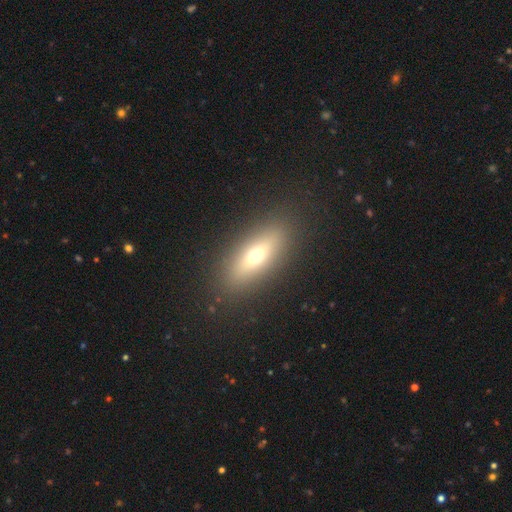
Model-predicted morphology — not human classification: Smooth or featured?
  - smooth: 56% *
  - featured or disk: 34%
  - star or artifact: 10%
How rounded?
  - in between: 54% *
  - cigar-shaped: 42%
  - round: 4%
Merging?
  - none: 88% *
  - minor disturbance: 8%
  - major disturbance: 3%
  - merger: 1%